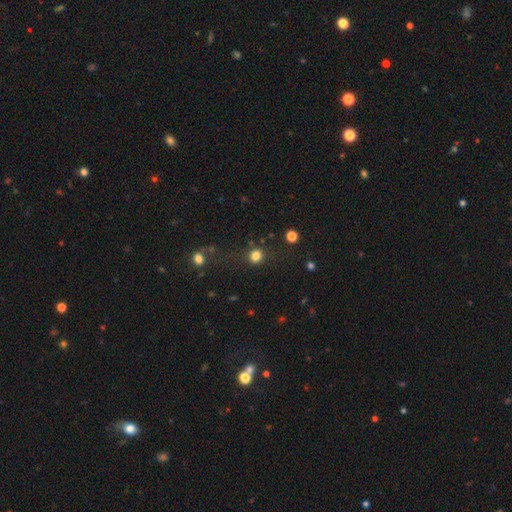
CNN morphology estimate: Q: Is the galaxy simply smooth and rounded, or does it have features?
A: smooth — 81%.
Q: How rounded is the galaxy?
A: round — 77%.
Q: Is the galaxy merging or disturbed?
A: none — 79%.